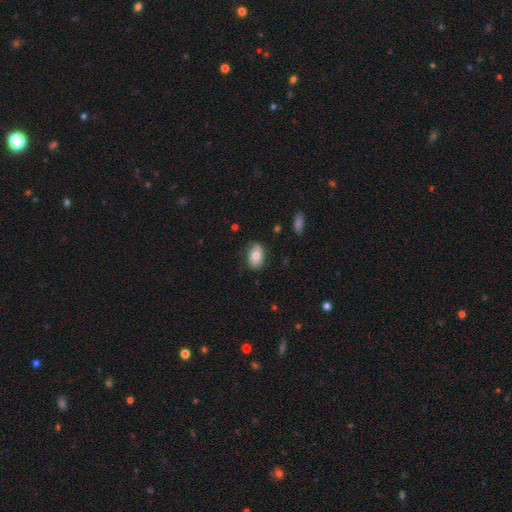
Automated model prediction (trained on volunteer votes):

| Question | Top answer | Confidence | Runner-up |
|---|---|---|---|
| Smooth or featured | smooth | 71% | featured or disk (21%) |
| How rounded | in between | 84% | round (15%) |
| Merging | none | 75% | minor disturbance (20%) |